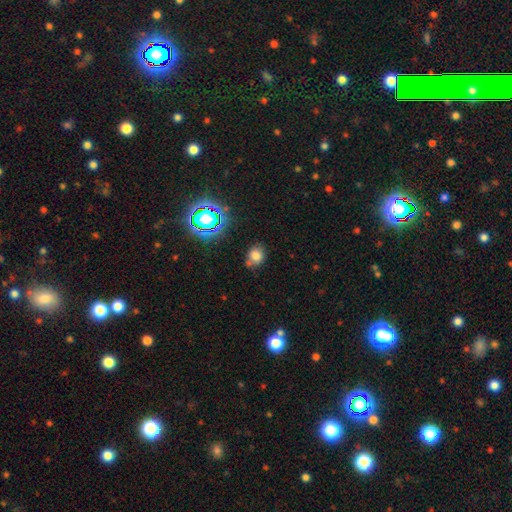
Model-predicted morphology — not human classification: smooth-or-featured: smooth: 73% | star or artifact: 18% | featured or disk: 9%
  how-rounded: round: 61% | in between: 37% | cigar-shaped: 1%
  merging: none: 66% | minor disturbance: 19% | merger: 11% | major disturbance: 5%